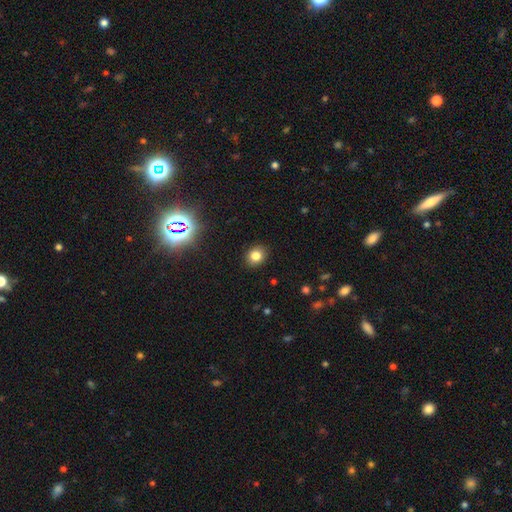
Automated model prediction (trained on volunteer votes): Morphology: type=smooth (79%); roundness=round (63%); merging=none (90%).